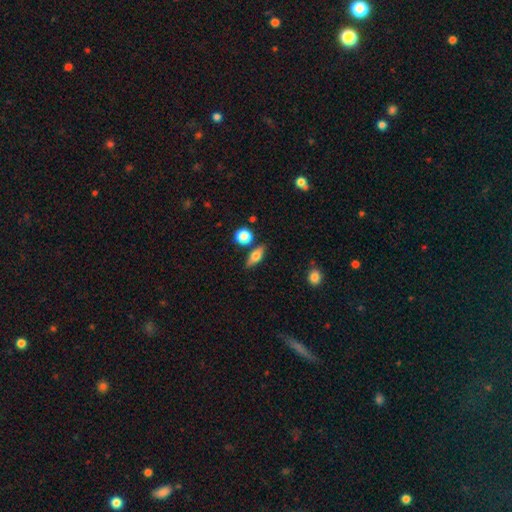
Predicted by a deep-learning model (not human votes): smooth 59%, featured or disk 32%, star or artifact 8%. Down the decision tree: how rounded — in between (62%); merging — none (78%).